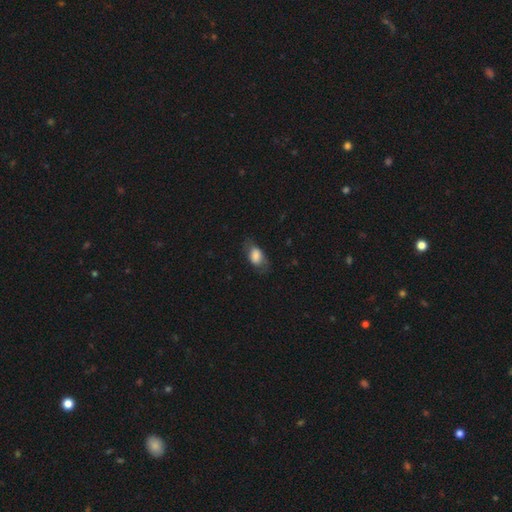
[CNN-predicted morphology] A smooth galaxy with no disk features (75%) that is in between round and cigar-shaped (86%).

Vote fractions:
- Smooth or featured? smooth: 75% / featured or disk: 18% / star or artifact: 8%
- How rounded? in between: 86% / round: 11% / cigar-shaped: 3%
- Merging? none: 60% / minor disturbance: 25% / major disturbance: 14% / merger: 1%